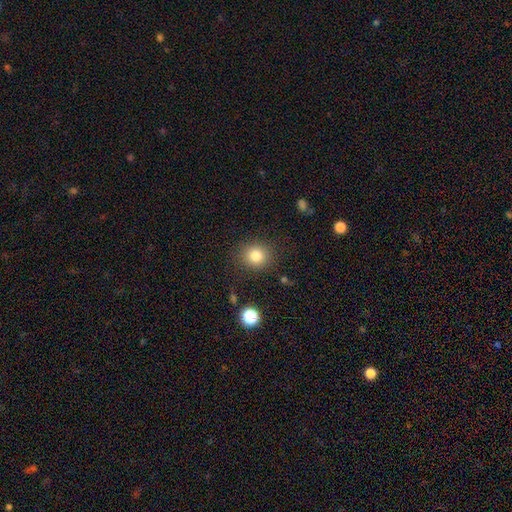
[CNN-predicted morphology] Smooth or featured? Predicted: smooth (p=0.81). How rounded? Predicted: round (p=0.86). Merging? Predicted: none (p=0.86).